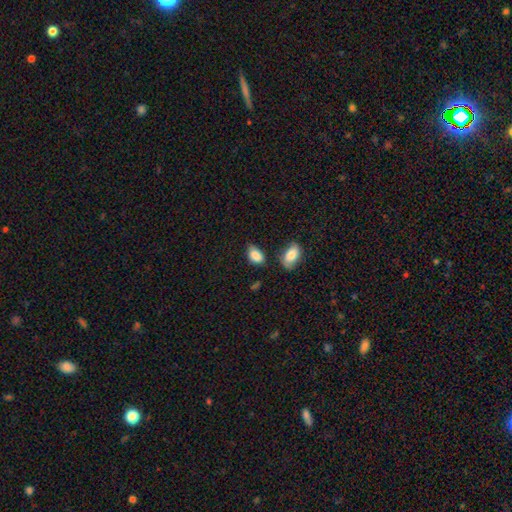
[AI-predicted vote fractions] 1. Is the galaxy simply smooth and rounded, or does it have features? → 87% smooth, 7% star or artifact, 6% featured or disk.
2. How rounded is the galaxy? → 91% in between, 7% round, 2% cigar-shaped.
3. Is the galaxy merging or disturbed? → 61% none, 26% minor disturbance, 8% merger, 6% major disturbance.